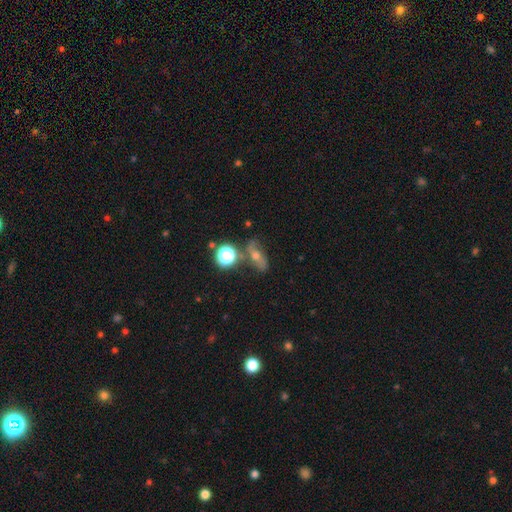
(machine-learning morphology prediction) smooth-or-featured: featured or disk: 50% | smooth: 31% | star or artifact: 20%
  merging: none: 62% | minor disturbance: 19% | merger: 10% | major disturbance: 9%